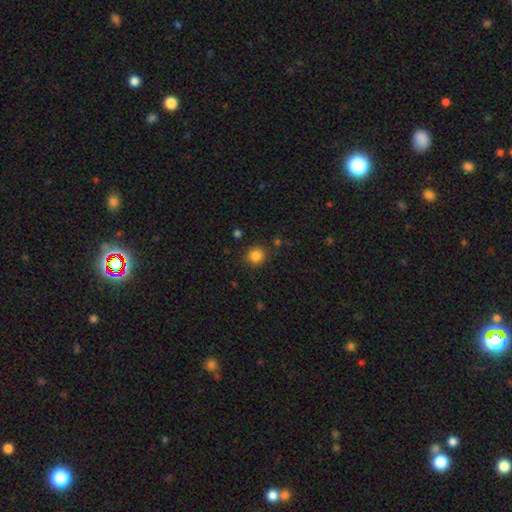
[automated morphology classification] Smooth or featured? Predicted: smooth (p=0.84). How rounded? Predicted: round (p=0.85). Merging? Predicted: none (p=0.85).